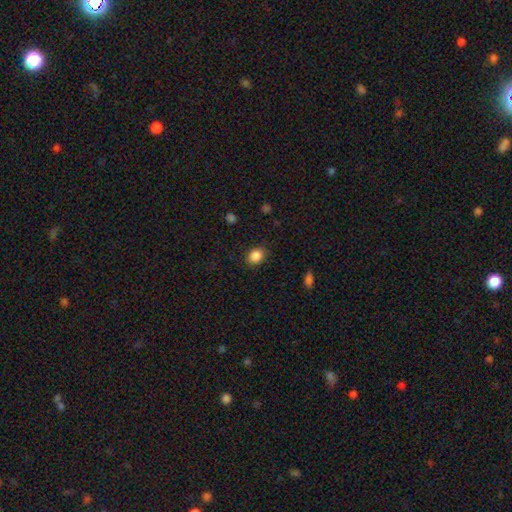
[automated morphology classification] A smooth galaxy with no disk features (87%) that is round (50%). Merging: none (86%).